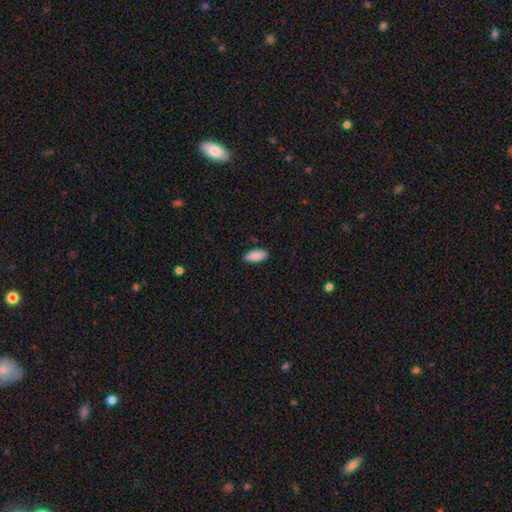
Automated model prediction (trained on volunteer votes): A smooth galaxy with no disk features (90%) that is in between round and cigar-shaped (89%). Merging: none (88%).